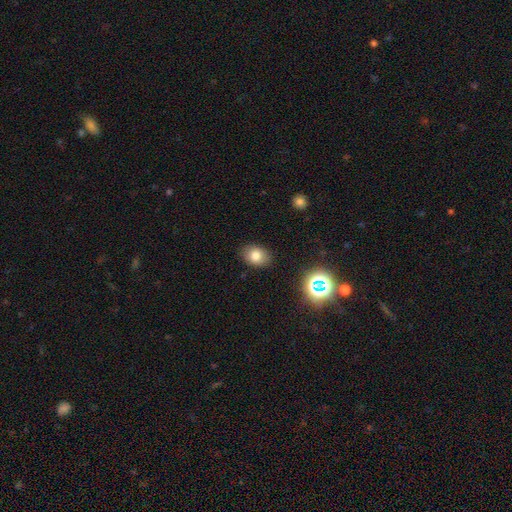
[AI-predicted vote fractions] Smooth or featured?
  - smooth: 78% *
  - star or artifact: 13%
  - featured or disk: 9%
How rounded?
  - in between: 67% *
  - round: 32%
  - cigar-shaped: 1%
Merging?
  - none: 86% *
  - minor disturbance: 10%
  - major disturbance: 3%
  - merger: 1%